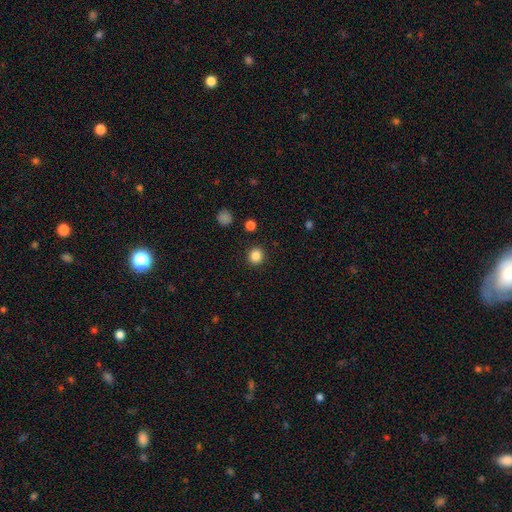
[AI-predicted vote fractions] Smooth or featured?
  - smooth: 85% *
  - star or artifact: 11%
  - featured or disk: 4%
How rounded?
  - round: 93% *
  - in between: 7%
  - cigar-shaped: 1%
Merging?
  - none: 92% *
  - minor disturbance: 5%
  - major disturbance: 2%
  - merger: 1%